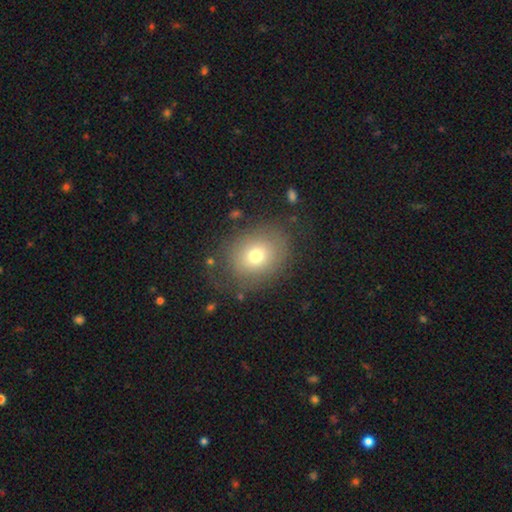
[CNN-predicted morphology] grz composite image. It shows a smooth galaxy with no disk features (70%) that is round (54%). Merging: none (72%).